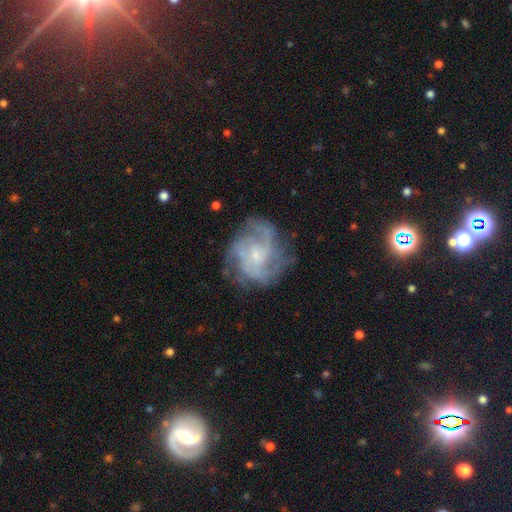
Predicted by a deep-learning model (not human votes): Smooth or featured?
  - featured or disk: 83% *
  - smooth: 10%
  - star or artifact: 7%
Edge-on disk?
  - no: 98% *
  - yes: 2%
Bar?
  - no: 67% *
  - weak: 29%
  - strong: 4%
Spiral arms?
  - yes: 94% *
  - no: 6%
Spiral winding?
  - medium: 44% *
  - tight: 43%
  - loose: 13%
Spiral arm count?
  - 3: 28% *
  - can't tell: 26%
  - 4: 19%
  - 2: 15%
  - more than 4: 6%
  - 1: 6%
Bulge size?
  - small: 73% *
  - moderate: 18%
  - none: 6%
  - large: 1%
  - dominant: 1%
Merging?
  - none: 67% *
  - minor disturbance: 19%
  - major disturbance: 12%
  - merger: 2%